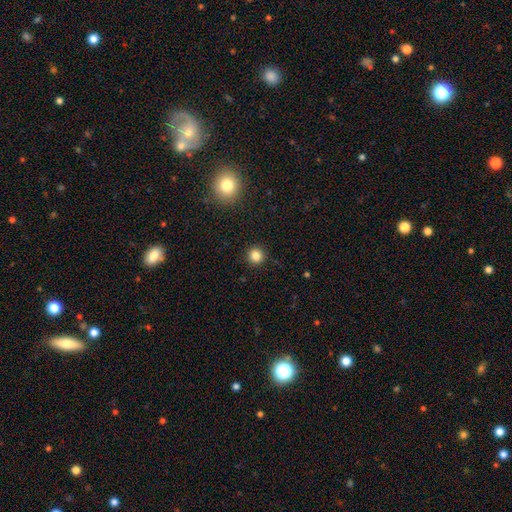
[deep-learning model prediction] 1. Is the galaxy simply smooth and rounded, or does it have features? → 83% smooth, 12% star or artifact, 5% featured or disk.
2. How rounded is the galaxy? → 94% round, 5% in between, 1% cigar-shaped.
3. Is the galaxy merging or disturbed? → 92% none, 5% minor disturbance, 2% major disturbance, 1% merger.